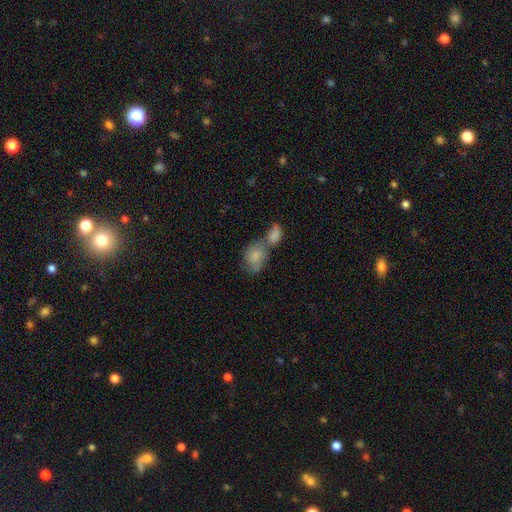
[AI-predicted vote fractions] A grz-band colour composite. It shows a smooth galaxy with no disk features (72%) that is in between round and cigar-shaped (71%). Merging: merger (63%).